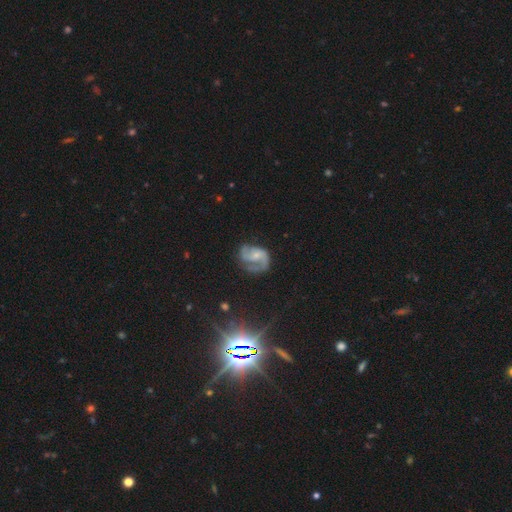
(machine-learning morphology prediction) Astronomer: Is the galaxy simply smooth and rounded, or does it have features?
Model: featured or disk — 77%.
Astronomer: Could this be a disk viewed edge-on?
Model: no — 98%.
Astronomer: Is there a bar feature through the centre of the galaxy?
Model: no — 55% (runner-up: weak, 36%).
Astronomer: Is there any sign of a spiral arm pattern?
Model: yes — 92%.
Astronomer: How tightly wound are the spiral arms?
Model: medium — 49% (runner-up: loose, 29%).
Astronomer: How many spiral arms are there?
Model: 2 — 74%.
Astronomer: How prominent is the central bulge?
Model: small — 56%.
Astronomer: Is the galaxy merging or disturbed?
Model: none — 51%.